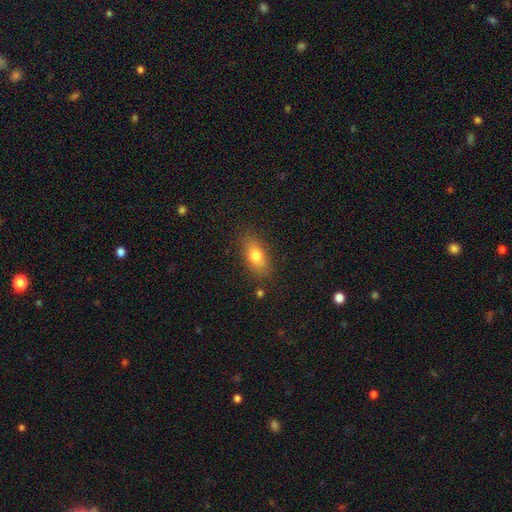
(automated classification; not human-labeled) Q: Smooth or featured?
A: smooth (77%); runner-up: featured or disk (14%)
Q: How rounded?
A: in between (82%); runner-up: cigar-shaped (9%)
Q: Merging?
A: none (82%); runner-up: minor disturbance (12%)